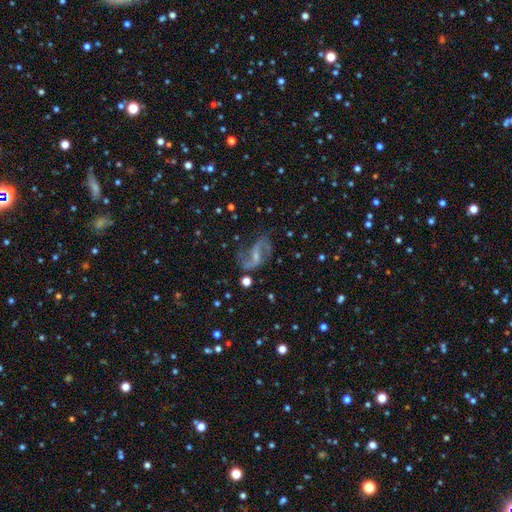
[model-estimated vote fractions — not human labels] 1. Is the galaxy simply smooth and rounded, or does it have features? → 84% featured or disk, 9% smooth, 8% star or artifact.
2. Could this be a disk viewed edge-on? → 97% no, 3% yes.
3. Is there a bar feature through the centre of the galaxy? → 45% weak, 30% no, 25% strong.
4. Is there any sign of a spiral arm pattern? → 94% yes, 6% no.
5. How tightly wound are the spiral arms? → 65% loose, 29% medium, 7% tight.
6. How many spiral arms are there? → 90% 2, 4% 1, 3% can't tell, 1% 3, 1% 4, 1% more than 4.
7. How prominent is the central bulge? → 61% small, 26% moderate, 10% none, 2% large, 1% dominant.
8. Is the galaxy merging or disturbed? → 64% none, 19% minor disturbance, 14% major disturbance, 3% merger.